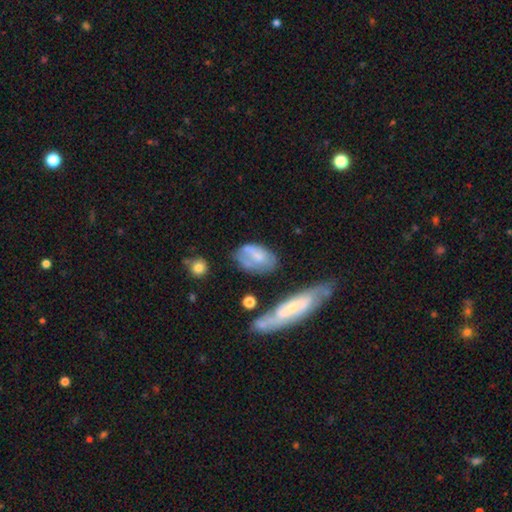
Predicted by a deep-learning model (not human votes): Smooth or featured?
  - smooth: 55% *
  - featured or disk: 37%
  - star or artifact: 8%
How rounded?
  - in between: 87% *
  - round: 9%
  - cigar-shaped: 4%
Merging?
  - none: 39% *
  - minor disturbance: 30%
  - major disturbance: 21%
  - merger: 10%